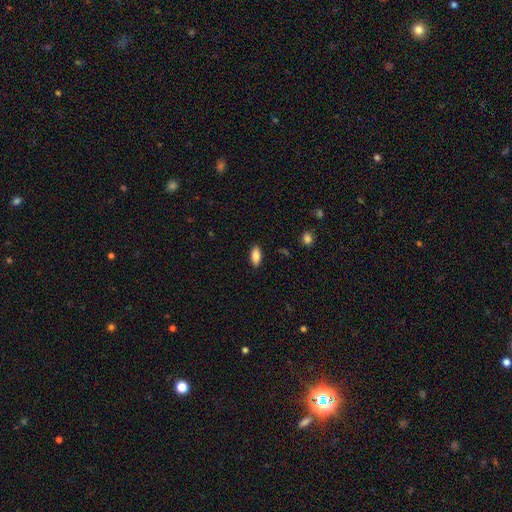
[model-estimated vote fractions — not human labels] smooth-or-featured: smooth: 86% | star or artifact: 7% | featured or disk: 7%
  how-rounded: in between: 89% | cigar-shaped: 8% | round: 3%
  merging: none: 88% | minor disturbance: 8% | major disturbance: 2% | merger: 1%